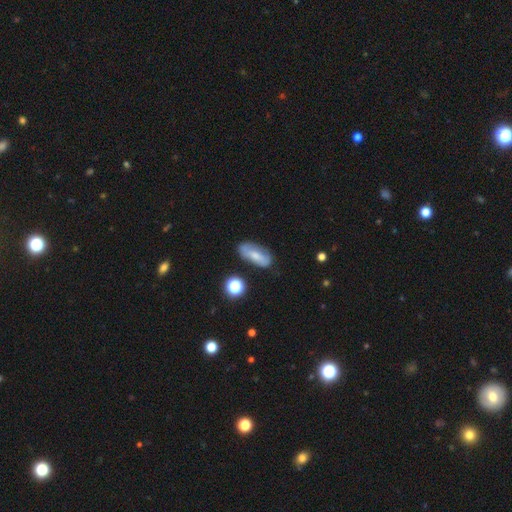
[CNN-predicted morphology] smooth-or-featured: smooth: 53% | featured or disk: 37% | star or artifact: 10%
  how-rounded: in between: 79% | cigar-shaped: 16% | round: 6%
  merging: none: 69% | minor disturbance: 21% | major disturbance: 7% | merger: 4%